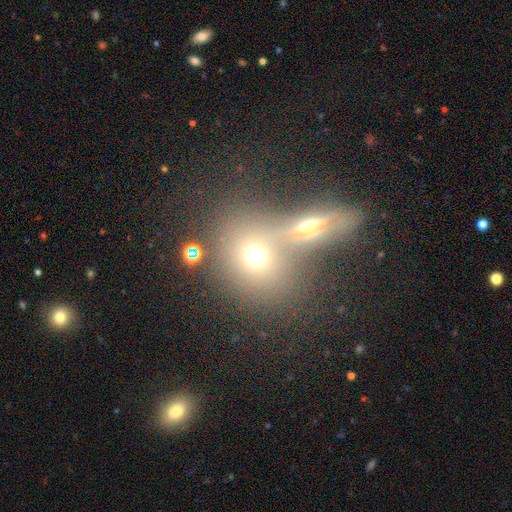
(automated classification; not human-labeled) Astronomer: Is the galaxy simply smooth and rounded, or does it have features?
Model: smooth — 62%.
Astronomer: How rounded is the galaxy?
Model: round — 69%.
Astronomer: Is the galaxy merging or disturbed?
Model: merger — 44% (runner-up: none, 41%).